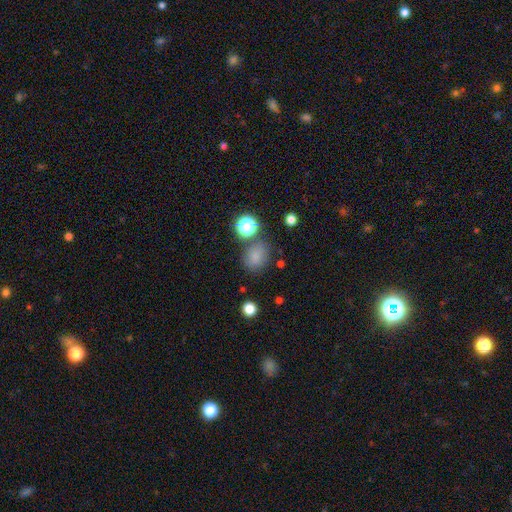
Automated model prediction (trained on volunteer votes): Q: Smooth or featured?
A: smooth (76%); runner-up: star or artifact (17%)
Q: How rounded?
A: round (57%); runner-up: in between (42%)
Q: Merging?
A: none (72%); runner-up: minor disturbance (15%)